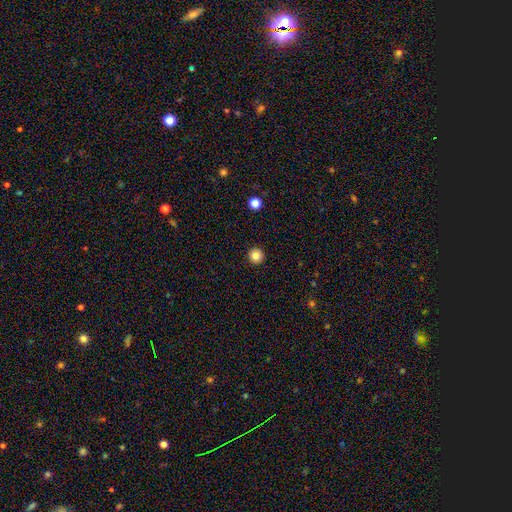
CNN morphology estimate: smooth 83%, star or artifact 11%, featured or disk 5%. Down the decision tree: how rounded — round (96%); merging — none (94%).